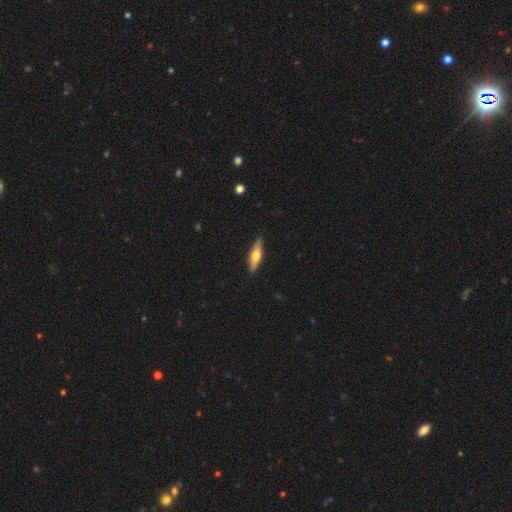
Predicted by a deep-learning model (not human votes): This appears to be a featured or disk galaxy (48%). Merging: none (89%).